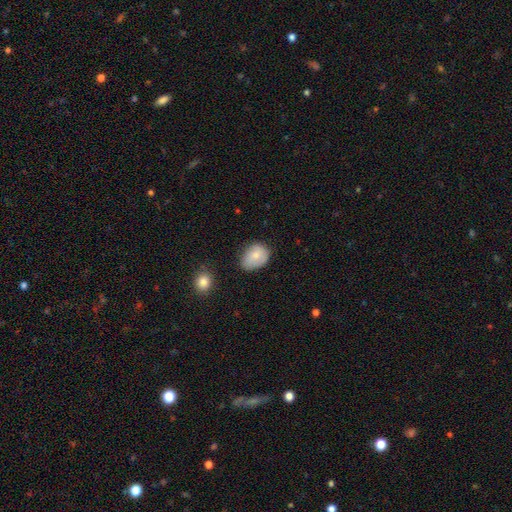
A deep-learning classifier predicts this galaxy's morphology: type=smooth (78%); roundness=in between (68%); merging=none (56%).